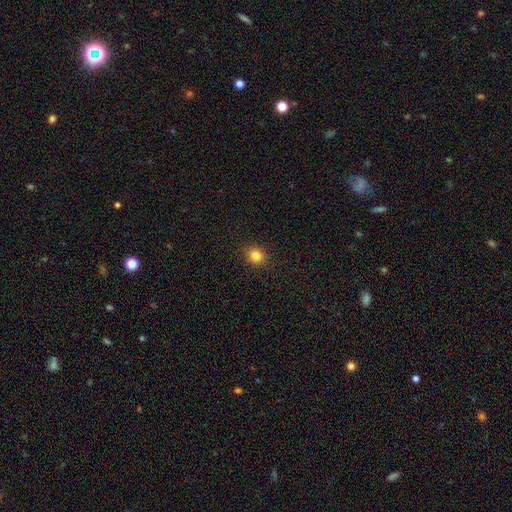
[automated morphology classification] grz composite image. It shows a smooth galaxy with no disk features (83%) that is round (75%). Merging: none (91%).